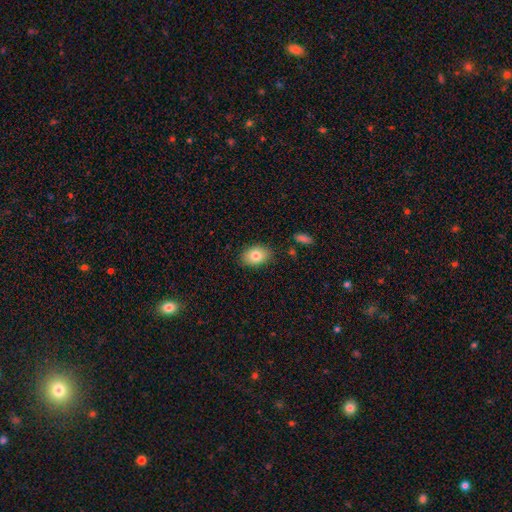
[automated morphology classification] Smooth or featured? Predicted: smooth (p=0.81). How rounded? Predicted: in between (p=0.83). Merging? Predicted: none (p=0.85).